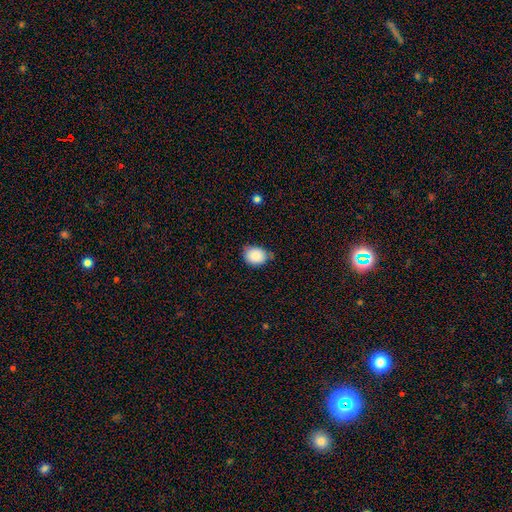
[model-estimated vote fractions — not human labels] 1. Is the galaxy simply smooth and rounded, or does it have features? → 88% smooth, 8% star or artifact, 5% featured or disk.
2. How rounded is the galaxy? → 54% in between, 45% round, 1% cigar-shaped.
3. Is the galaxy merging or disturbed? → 63% none, 29% minor disturbance, 5% major disturbance, 3% merger.